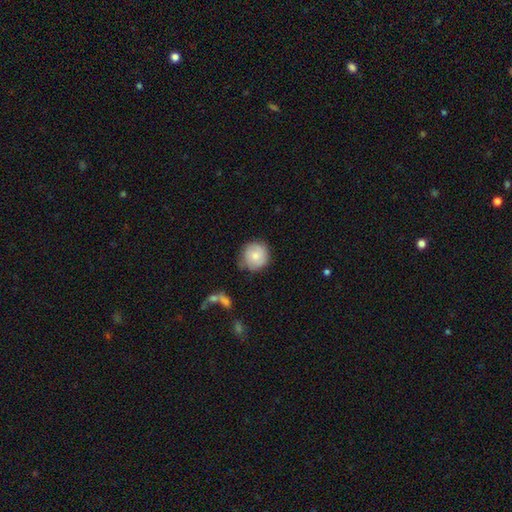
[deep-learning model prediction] smooth 71%, featured or disk 22%, star or artifact 7%. Down the decision tree: how rounded — round (92%); merging — none (75%).